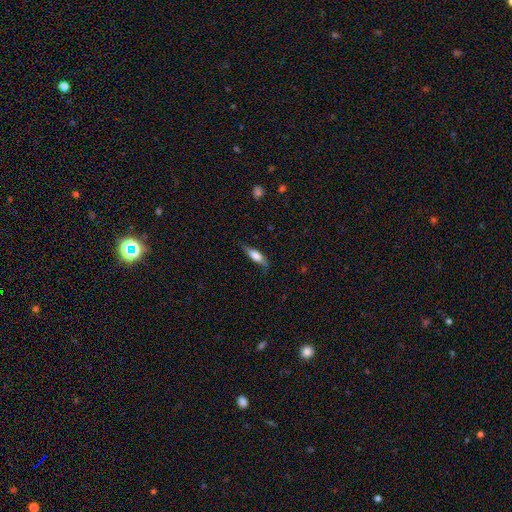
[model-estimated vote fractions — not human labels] smooth 58%, featured or disk 35%, star or artifact 7%. Down the decision tree: how rounded — in between (50%); merging — none (68%).